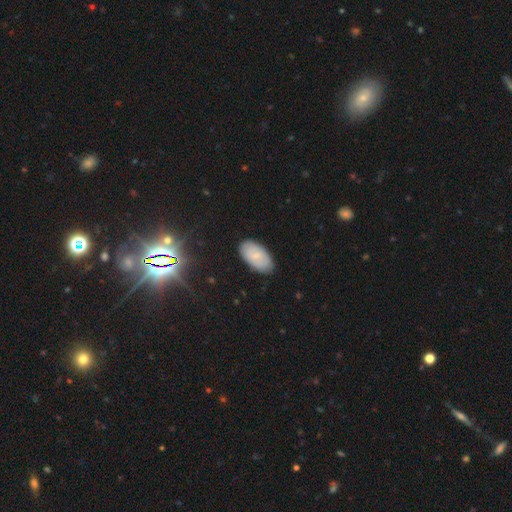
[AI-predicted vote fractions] Morphology: type=smooth (71%); roundness=in between (95%); merging=none (84%).